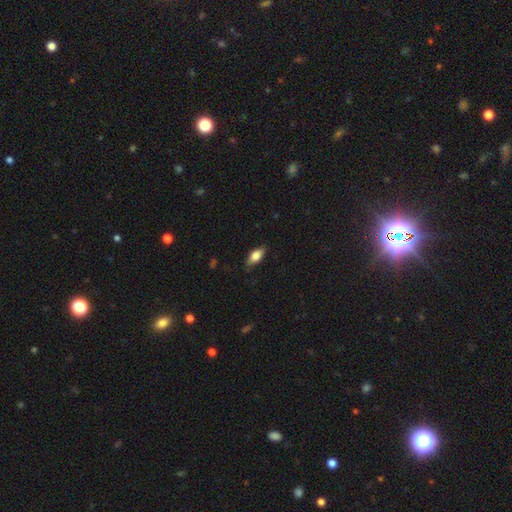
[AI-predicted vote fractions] Smooth or featured?
  - smooth: 78% *
  - featured or disk: 15%
  - star or artifact: 7%
How rounded?
  - in between: 86% *
  - cigar-shaped: 10%
  - round: 4%
Merging?
  - none: 76% *
  - minor disturbance: 19%
  - major disturbance: 4%
  - merger: 1%